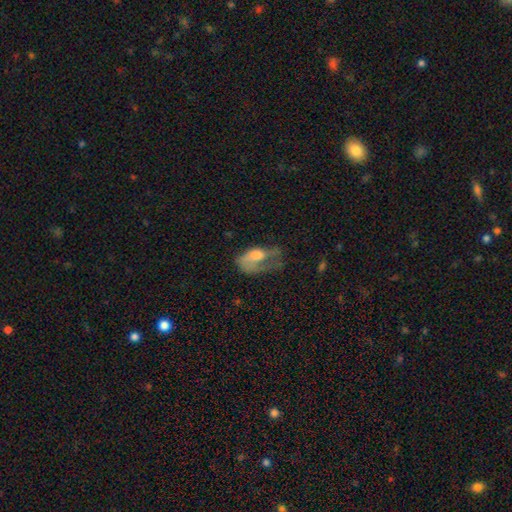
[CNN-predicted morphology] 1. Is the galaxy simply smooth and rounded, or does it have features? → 48% smooth, 43% featured or disk, 9% star or artifact.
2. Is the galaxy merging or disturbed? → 56% major disturbance, 21% minor disturbance, 20% none, 4% merger.